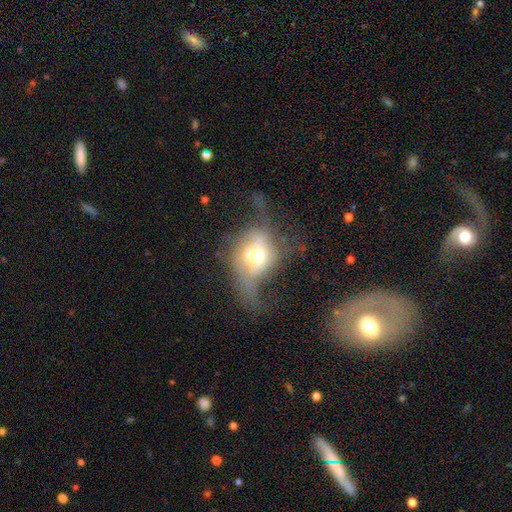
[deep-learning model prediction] The model was most divided on "merging": major disturbance: 50%, none: 24%, minor disturbance: 18%, merger: 8%. More confident: edge-on disk — no (81%); smooth or featured — featured or disk (59%).